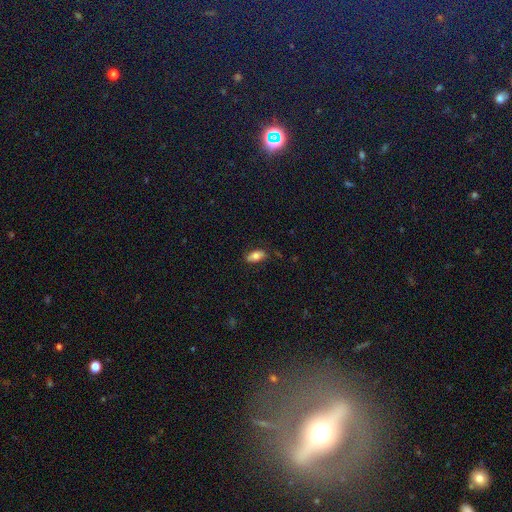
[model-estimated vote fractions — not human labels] The model was most divided on "smooth or featured": smooth: 77%, featured or disk: 16%, star or artifact: 7%. More confident: how rounded — in between (89%); merging — none (82%).